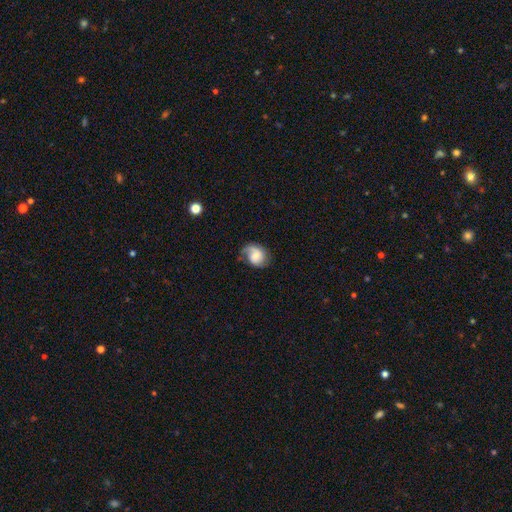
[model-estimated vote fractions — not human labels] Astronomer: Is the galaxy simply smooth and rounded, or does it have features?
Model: featured or disk — 58% (runner-up: smooth, 34%).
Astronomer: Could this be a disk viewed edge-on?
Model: no — 97%.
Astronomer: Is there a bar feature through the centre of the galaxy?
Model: no — 60%.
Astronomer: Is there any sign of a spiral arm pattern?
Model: yes — 90%.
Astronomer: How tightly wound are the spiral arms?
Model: medium — 40% (runner-up: loose, 32%).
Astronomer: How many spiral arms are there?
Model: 1 — 46% (runner-up: 2, 42%).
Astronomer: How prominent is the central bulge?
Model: moderate — 46% (runner-up: small, 37%).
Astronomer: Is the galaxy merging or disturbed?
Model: none — 57%.